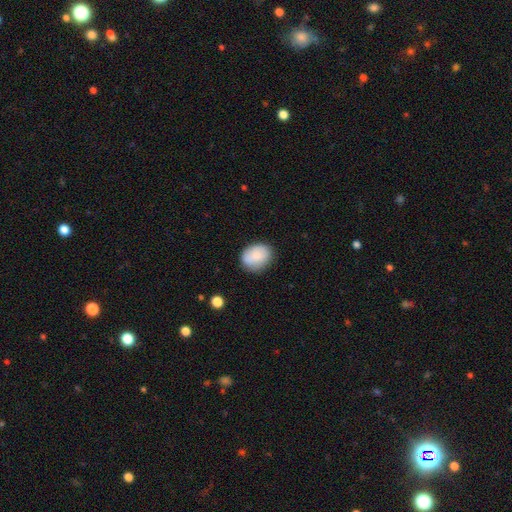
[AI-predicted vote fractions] Smooth or featured? Predicted: smooth (p=0.82). How rounded? Predicted: in between (p=0.55). Merging? Predicted: none (p=0.79).